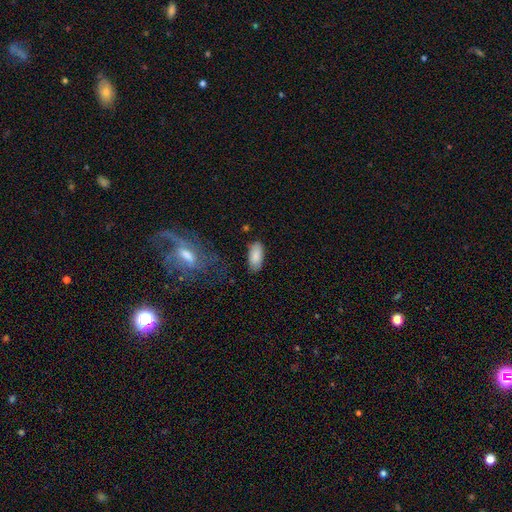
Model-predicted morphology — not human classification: Smooth or featured?
  - smooth: 86% *
  - featured or disk: 7%
  - star or artifact: 7%
How rounded?
  - in between: 89% *
  - cigar-shaped: 9%
  - round: 2%
Merging?
  - none: 78% *
  - minor disturbance: 15%
  - major disturbance: 4%
  - merger: 3%